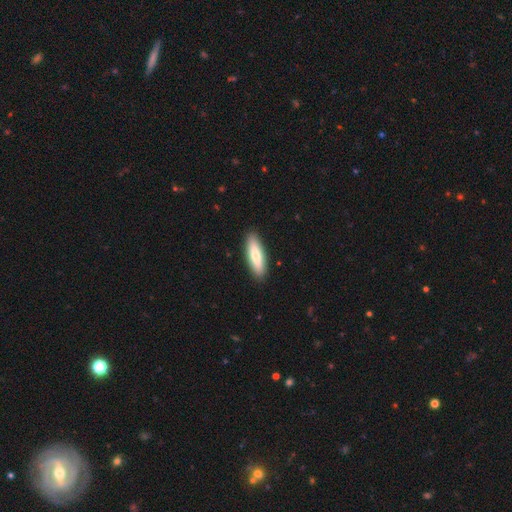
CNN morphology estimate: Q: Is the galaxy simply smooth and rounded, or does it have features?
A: smooth — 77%.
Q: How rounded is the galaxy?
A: cigar-shaped — 57%.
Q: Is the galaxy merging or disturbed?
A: none — 90%.